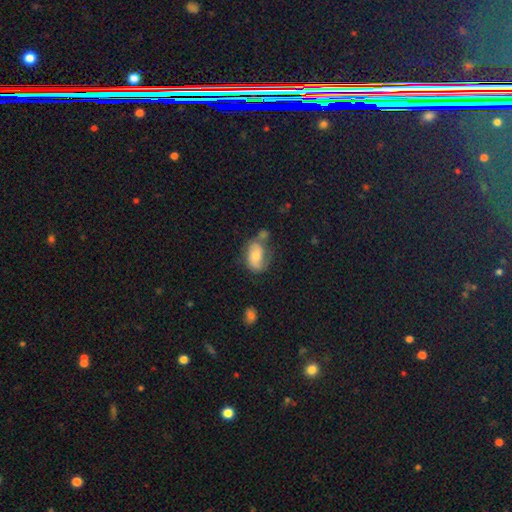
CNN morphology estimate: Smooth or featured: smooth — 51% (featured or disk — 40%)
How rounded: in between — 85% (round — 13%)
Merging: none — 43% (minor disturbance — 27%)